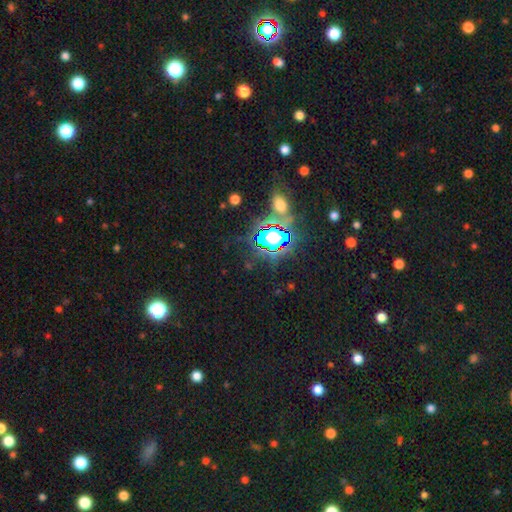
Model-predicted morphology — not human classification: This appears to be a star or artifact, not a galaxy (82%).